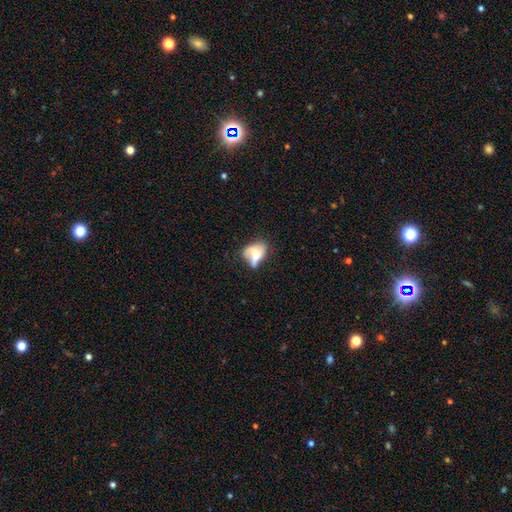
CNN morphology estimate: smooth_or_featured: smooth (p=0.46) [alt: featured or disk p=0.44]
merging: merger (p=0.33) [alt: none p=0.26]